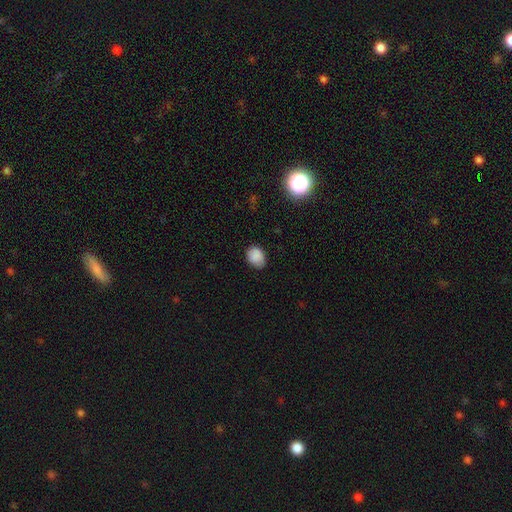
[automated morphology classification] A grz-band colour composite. It shows a smooth galaxy with no disk features (86%) that is in between round and cigar-shaped (61%). Merging: none (74%).